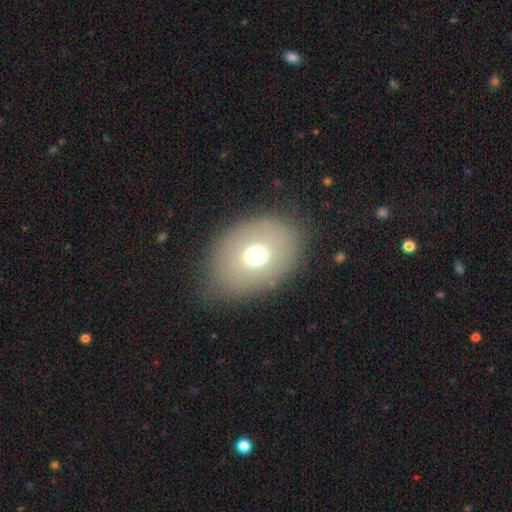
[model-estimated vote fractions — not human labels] Q: Smooth or featured?
A: smooth (67%); runner-up: featured or disk (21%)
Q: How rounded?
A: in between (63%); runner-up: round (36%)
Q: Merging?
A: none (80%); runner-up: minor disturbance (12%)